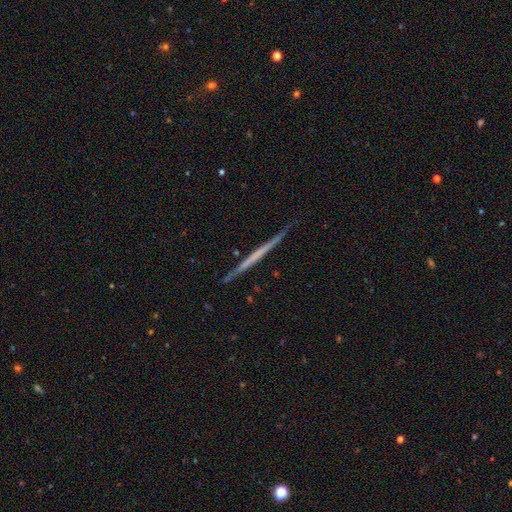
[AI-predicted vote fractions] Smooth or featured: featured or disk — 64% (smooth — 31%)
Edge-on disk: yes — 98% (no — 2%)
Edge-on bulge: none — 91% (rounded — 5%)
Merging: none — 90% (minor disturbance — 8%)